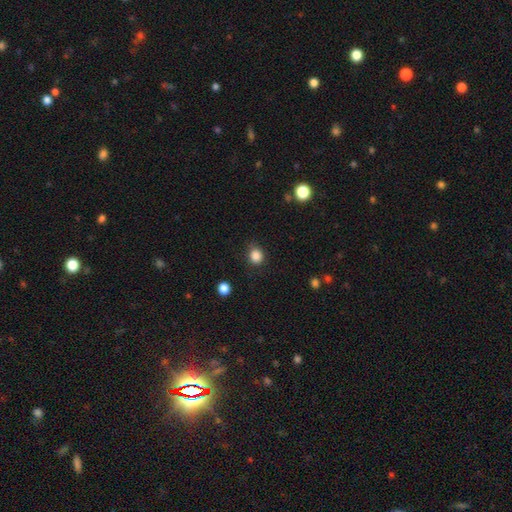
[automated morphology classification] Q: Smooth or featured?
A: smooth (86%); runner-up: star or artifact (11%)
Q: How rounded?
A: round (76%); runner-up: in between (23%)
Q: Merging?
A: none (78%); runner-up: minor disturbance (15%)